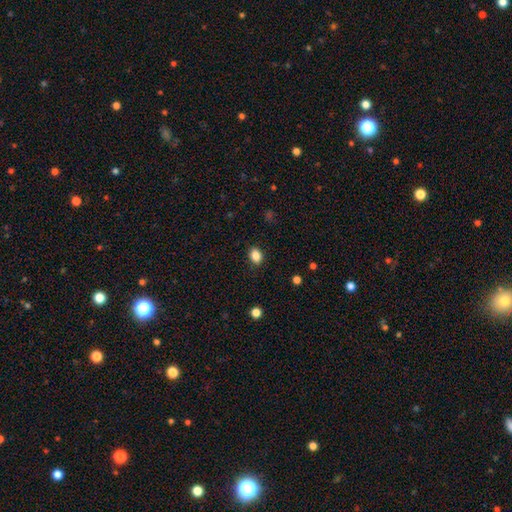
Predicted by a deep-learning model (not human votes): Smooth or featured: smooth — 87% (star or artifact — 9%)
How rounded: in between — 69% (round — 30%)
Merging: none — 88% (minor disturbance — 8%)